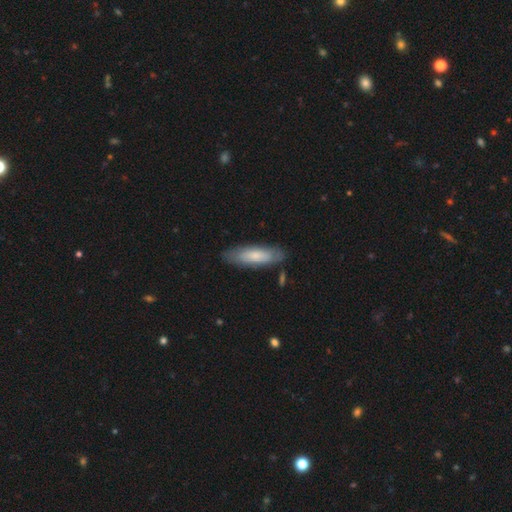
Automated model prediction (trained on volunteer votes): A smooth galaxy with no disk features (70%) that is cigar-shaped (52%). Merging: none (81%).